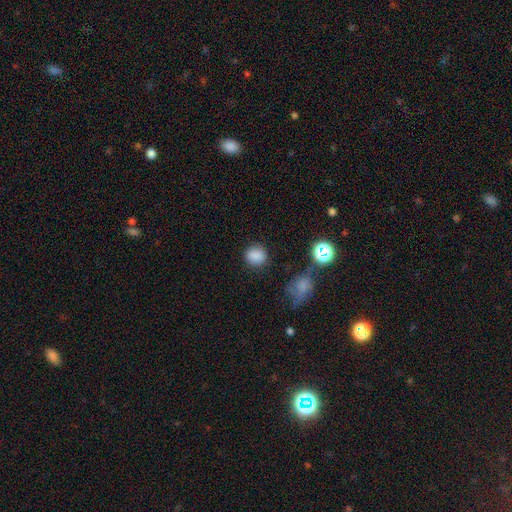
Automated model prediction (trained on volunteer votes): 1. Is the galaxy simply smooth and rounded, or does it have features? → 83% smooth, 12% star or artifact, 5% featured or disk.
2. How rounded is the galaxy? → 74% round, 25% in between, 1% cigar-shaped.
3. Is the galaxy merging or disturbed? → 83% none, 11% minor disturbance, 4% major disturbance, 2% merger.